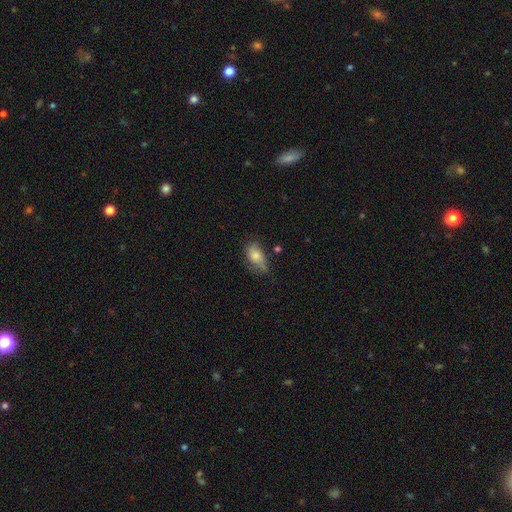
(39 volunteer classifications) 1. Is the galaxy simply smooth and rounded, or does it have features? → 77% smooth, 21% featured or disk, 3% star or artifact.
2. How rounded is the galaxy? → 97% in between, 3% cigar-shaped, 0% round.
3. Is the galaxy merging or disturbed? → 45% minor disturbance, 42% none, 11% major disturbance, 3% merger.